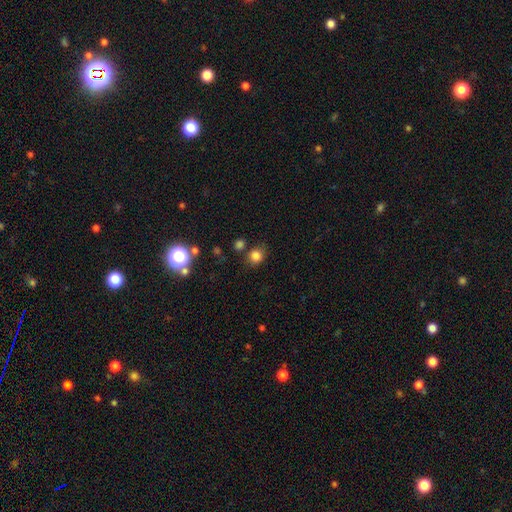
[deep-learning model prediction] A smooth galaxy with no disk features (80%) that is round (79%). Merging: none (74%).